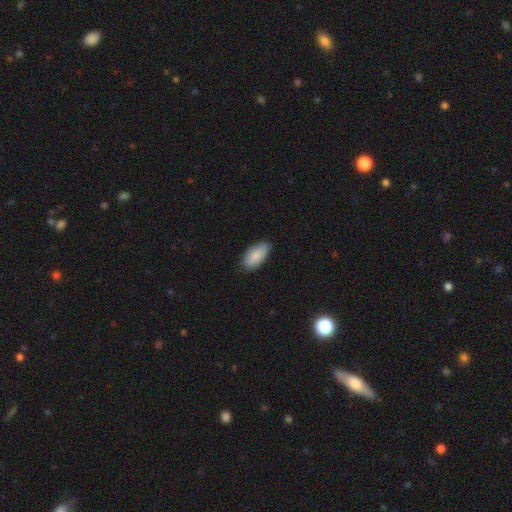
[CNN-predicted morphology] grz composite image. It shows a smooth galaxy with no disk features (87%) that is in between round and cigar-shaped (94%). Merging: none (80%).